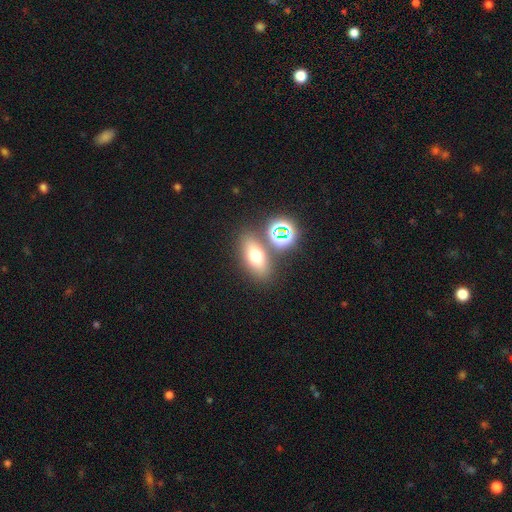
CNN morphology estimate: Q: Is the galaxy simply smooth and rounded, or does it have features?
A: smooth — 61%.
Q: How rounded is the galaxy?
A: in between — 68%.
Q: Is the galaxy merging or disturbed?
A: none — 75%.